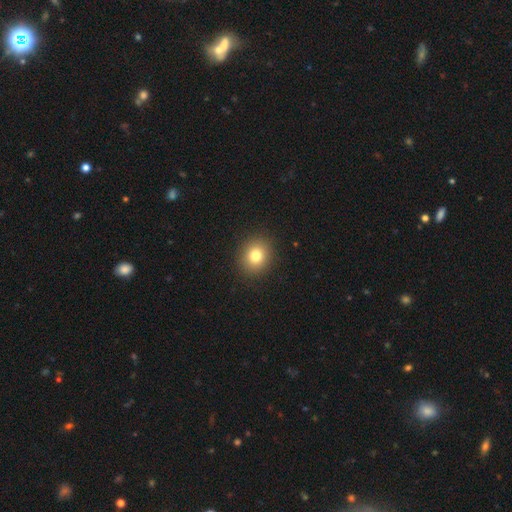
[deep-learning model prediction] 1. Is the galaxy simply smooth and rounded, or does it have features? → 80% smooth, 12% star or artifact, 8% featured or disk.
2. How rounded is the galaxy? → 78% round, 21% in between, 1% cigar-shaped.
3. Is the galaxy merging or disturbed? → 91% none, 6% minor disturbance, 2% major disturbance, 1% merger.